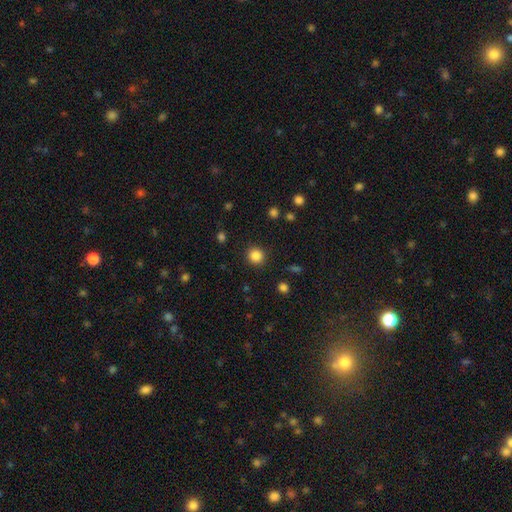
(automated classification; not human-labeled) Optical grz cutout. It shows a smooth galaxy with no disk features (85%) that is round (91%). Merging: none (90%).